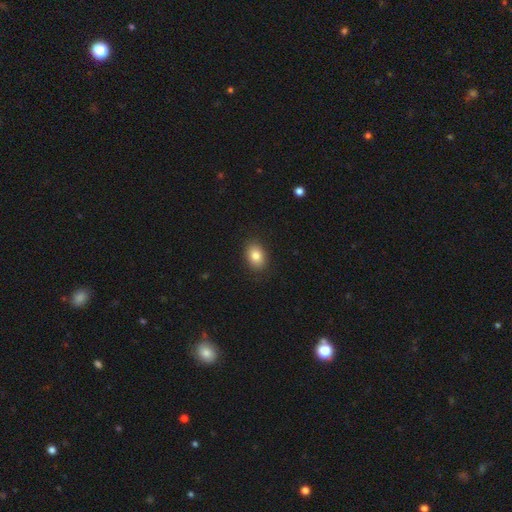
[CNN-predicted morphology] This is clearly a smooth galaxy (83%). How rounded: likely in between (75%). Merging: clearly none (89%).